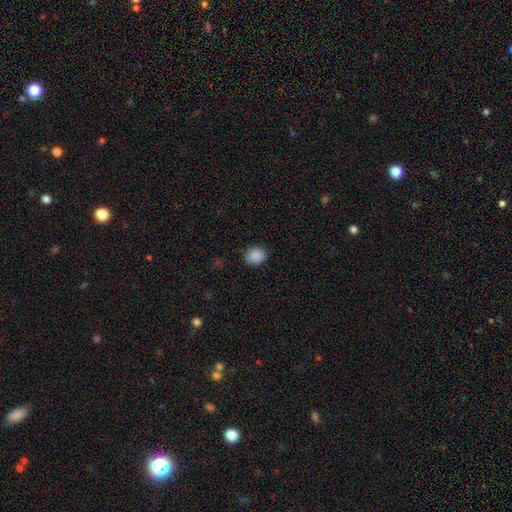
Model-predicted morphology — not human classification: smooth_or_featured: smooth (p=0.88) [alt: star or artifact p=0.09]
how_rounded: round (p=0.69) [alt: in between p=0.30]
merging: none (p=0.86) [alt: minor disturbance p=0.10]